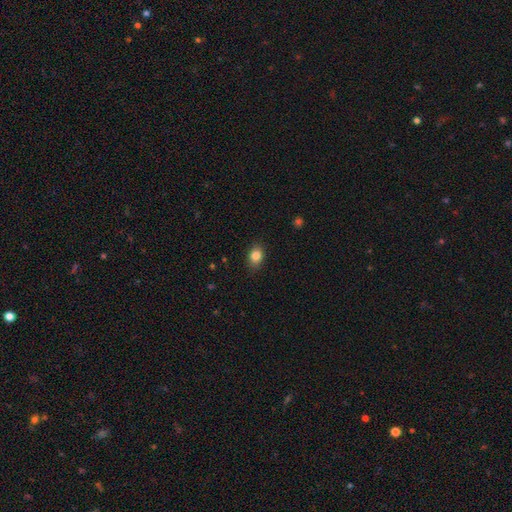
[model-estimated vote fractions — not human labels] This is clearly a smooth galaxy (84%). How rounded: likely in between (70%). Merging: clearly none (83%).